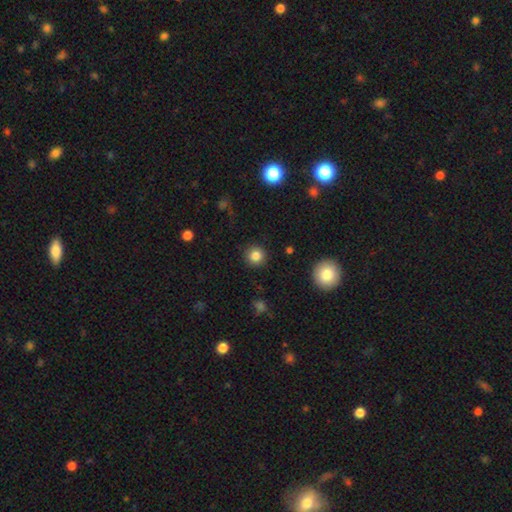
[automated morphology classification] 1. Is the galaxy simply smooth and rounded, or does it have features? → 83% smooth, 11% star or artifact, 5% featured or disk.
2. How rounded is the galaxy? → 94% round, 5% in between, 1% cigar-shaped.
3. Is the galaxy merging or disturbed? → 91% none, 5% minor disturbance, 2% major disturbance, 1% merger.